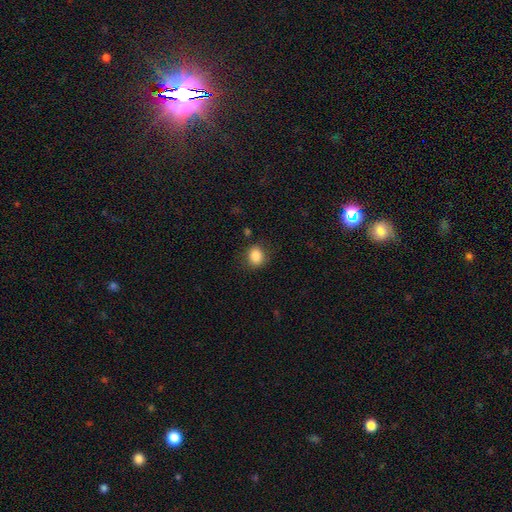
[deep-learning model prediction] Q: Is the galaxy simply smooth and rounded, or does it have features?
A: smooth — 85%.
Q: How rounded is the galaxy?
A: round — 64%.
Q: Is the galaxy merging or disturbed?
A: none — 82%.